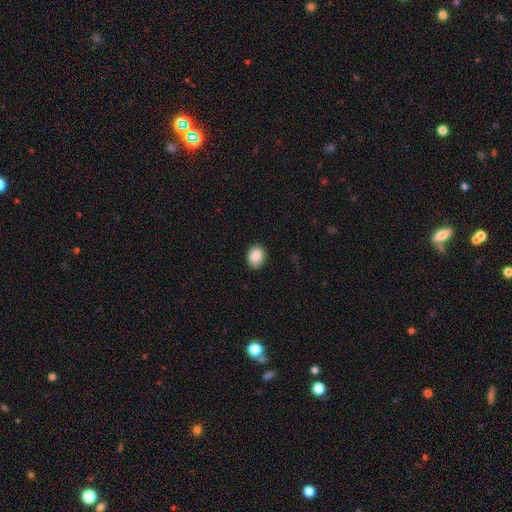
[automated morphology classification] Smooth or featured? Predicted: smooth (p=0.87). How rounded? Predicted: in between (p=0.64). Merging? Predicted: none (p=0.86).